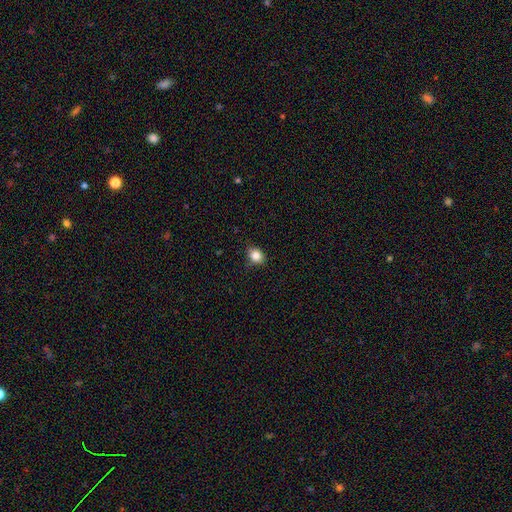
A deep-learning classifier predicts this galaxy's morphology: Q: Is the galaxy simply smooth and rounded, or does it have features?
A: smooth — 85%.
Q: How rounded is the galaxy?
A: round — 54%.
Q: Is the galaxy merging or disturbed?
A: none — 80%.